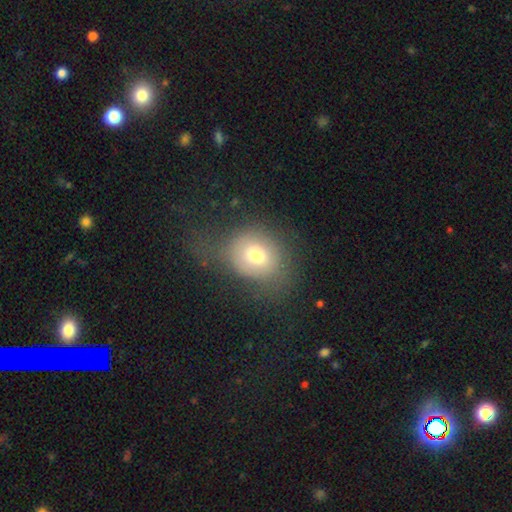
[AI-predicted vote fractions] Smooth or featured? Predicted: smooth (p=0.71). How rounded? Predicted: round (p=0.56). Merging? Predicted: none (p=0.48).